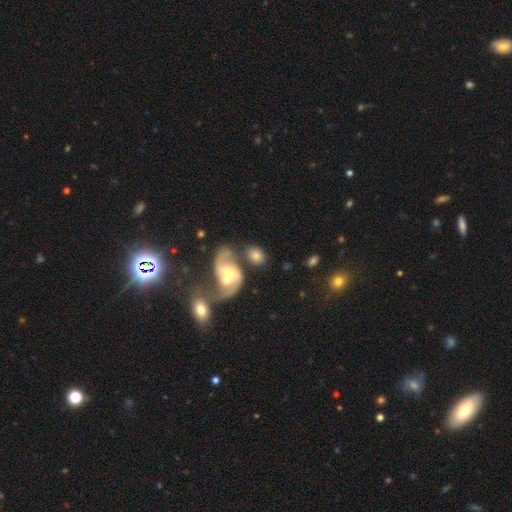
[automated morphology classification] smooth_or_featured: smooth (p=0.54) [alt: featured or disk p=0.38]
how_rounded: in between (p=0.69) [alt: round p=0.29]
merging: merger (p=0.42) [alt: none p=0.37]